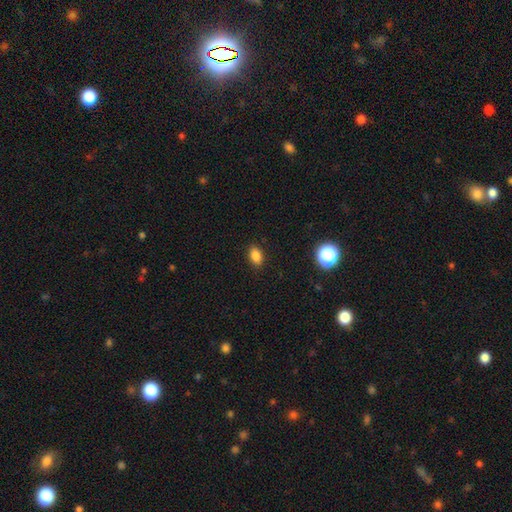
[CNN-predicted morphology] smooth 84%, star or artifact 11%, featured or disk 4%. Down the decision tree: how rounded — in between (84%); merging — none (88%).